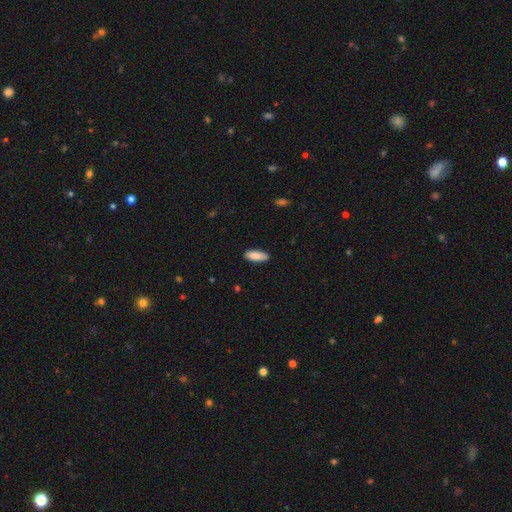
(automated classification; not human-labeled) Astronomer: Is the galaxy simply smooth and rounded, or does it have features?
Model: smooth — 86%.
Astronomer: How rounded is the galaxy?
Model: in between — 74%.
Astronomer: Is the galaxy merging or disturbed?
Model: none — 87%.